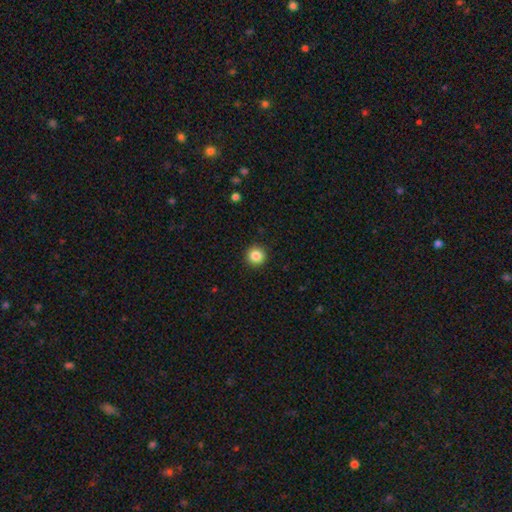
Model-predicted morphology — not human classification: A smooth galaxy with no disk features (86%) that is round (95%). Merging: none (92%).